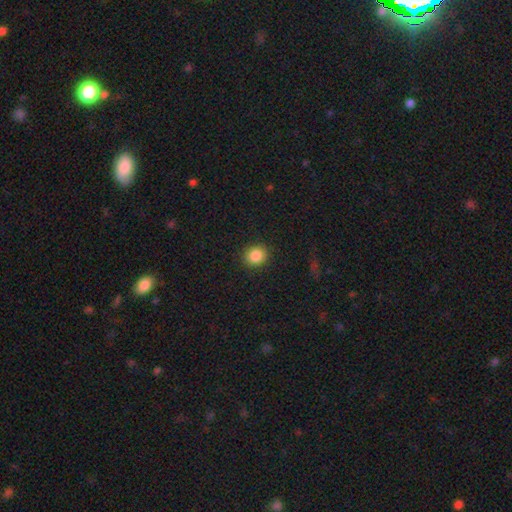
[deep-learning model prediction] This is clearly a smooth galaxy (87%). How rounded: likely round (79%). Merging: clearly none (90%).